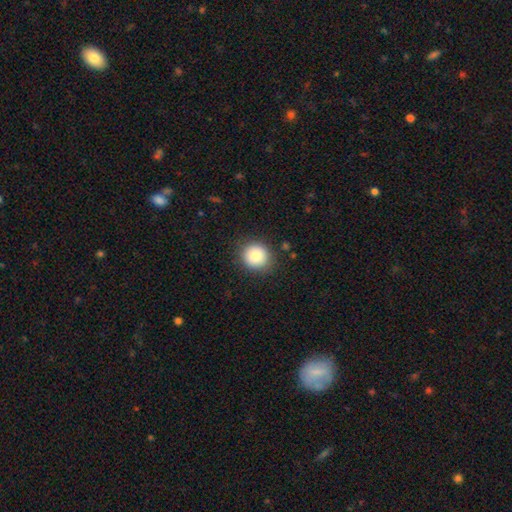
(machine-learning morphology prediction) This is clearly a smooth galaxy (84%). How rounded: clearly round (90%). Merging: clearly none (87%).